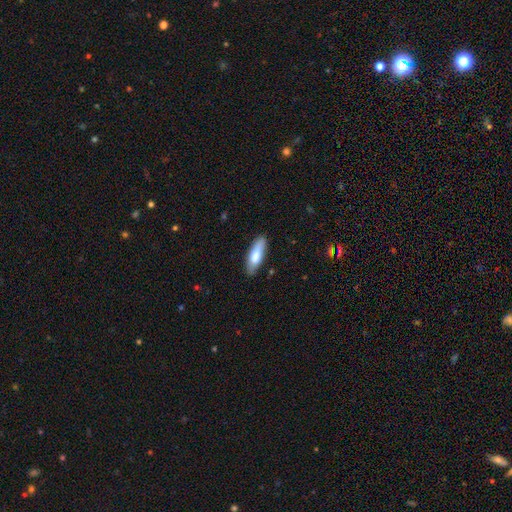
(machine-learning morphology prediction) type=smooth (75%); roundness=in between (50%); merging=none (81%).